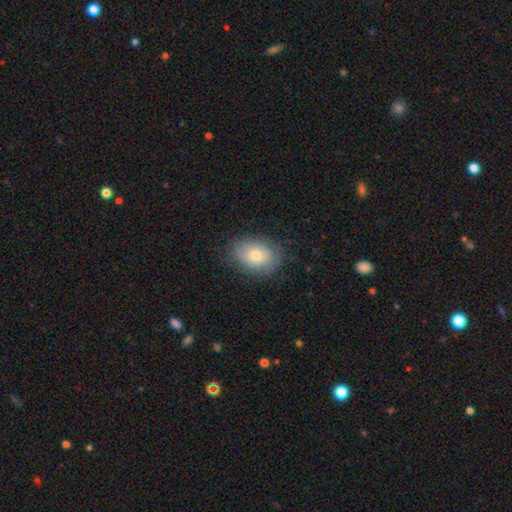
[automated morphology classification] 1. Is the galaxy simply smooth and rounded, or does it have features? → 70% smooth, 22% featured or disk, 8% star or artifact.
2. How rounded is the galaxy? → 74% in between, 24% round, 1% cigar-shaped.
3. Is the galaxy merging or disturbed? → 77% none, 17% minor disturbance, 5% major disturbance, 1% merger.